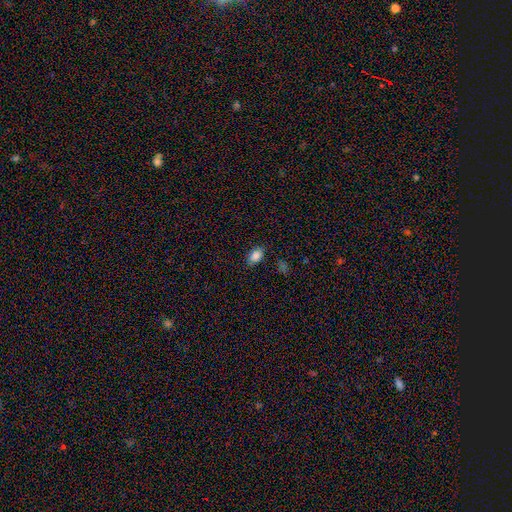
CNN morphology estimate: smooth-or-featured: smooth: 85% | star or artifact: 10% | featured or disk: 5%
  how-rounded: in between: 83% | round: 16% | cigar-shaped: 1%
  merging: none: 82% | minor disturbance: 13% | major disturbance: 3% | merger: 2%